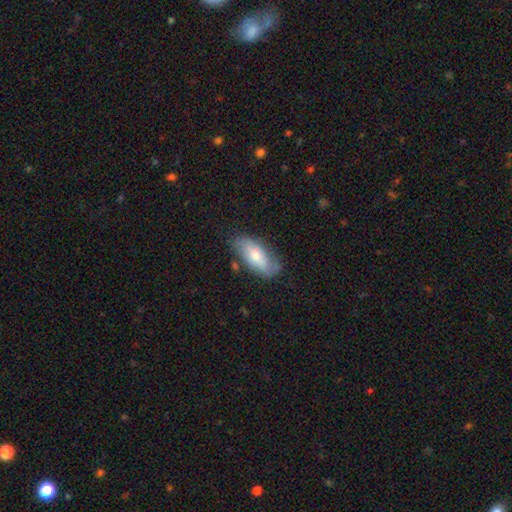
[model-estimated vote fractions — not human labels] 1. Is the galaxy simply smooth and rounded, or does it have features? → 60% smooth, 34% featured or disk, 6% star or artifact.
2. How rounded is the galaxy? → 85% in between, 12% cigar-shaped, 3% round.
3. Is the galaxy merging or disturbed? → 68% none, 23% minor disturbance, 6% major disturbance, 3% merger.